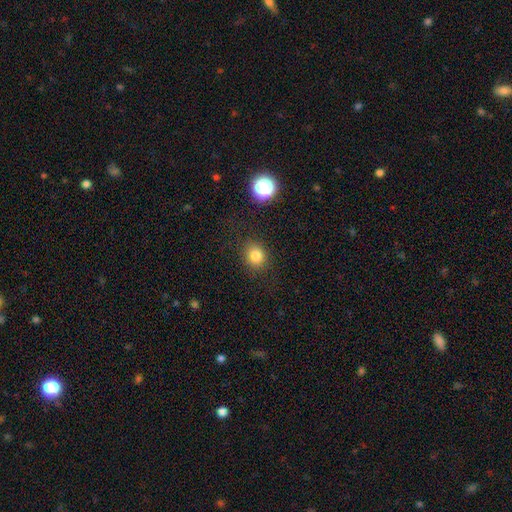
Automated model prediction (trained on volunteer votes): The model was most divided on "how rounded": round: 74%, in between: 25%, cigar-shaped: 1%. More confident: merging — none (86%); smooth or featured — smooth (81%).